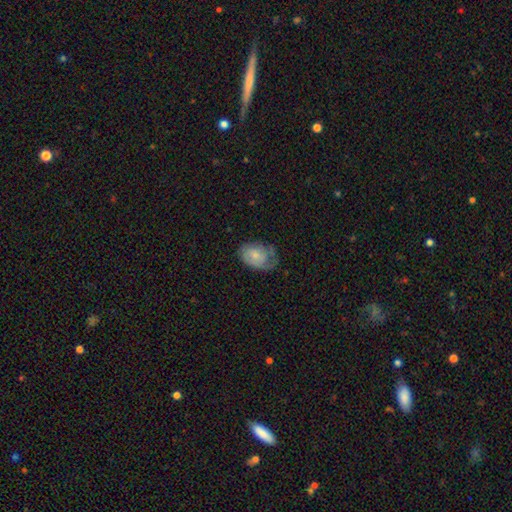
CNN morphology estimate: A smooth galaxy with no disk features (54%) that is in between round and cigar-shaped (82%). Merging: none (41%).